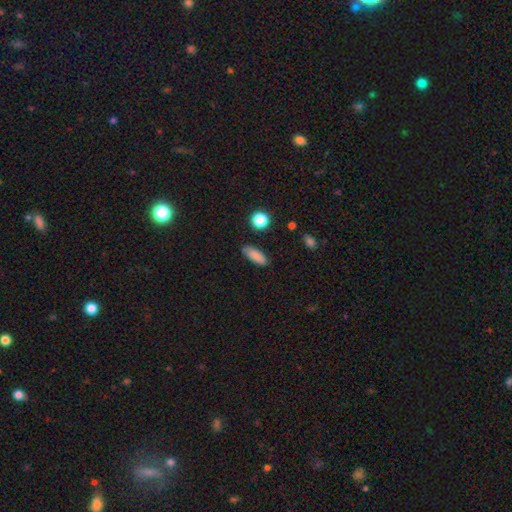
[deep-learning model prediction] Morphology: type=smooth (85%); roundness=in between (68%); merging=none (83%).